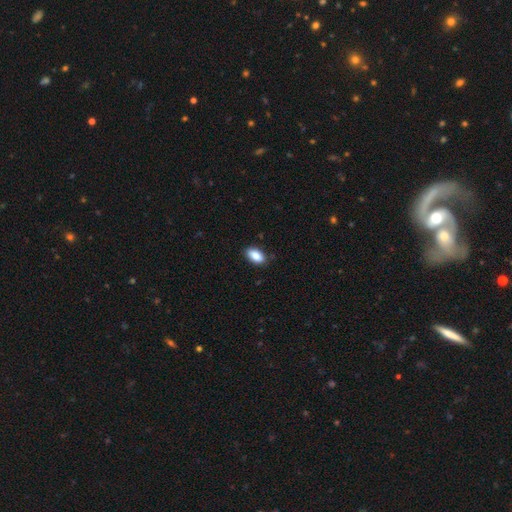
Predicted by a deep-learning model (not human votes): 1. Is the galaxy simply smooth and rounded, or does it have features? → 89% smooth, 7% star or artifact, 4% featured or disk.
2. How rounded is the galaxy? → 93% in between, 4% round, 3% cigar-shaped.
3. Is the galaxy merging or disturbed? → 86% none, 11% minor disturbance, 2% major disturbance, 1% merger.